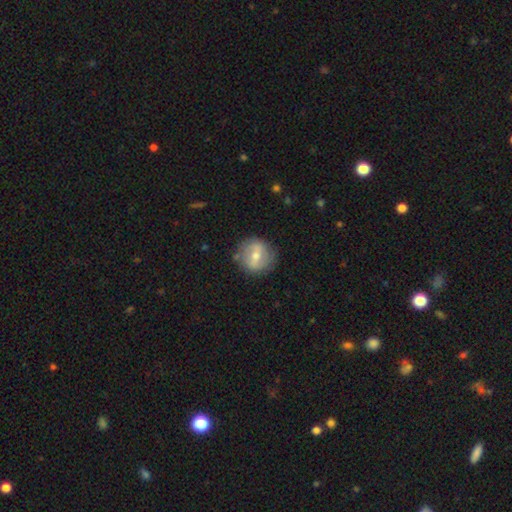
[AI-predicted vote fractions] This is possibly a featured or disk galaxy (50%). It is clearly not viewed edge-on (91%). Merging: clearly none (82%).